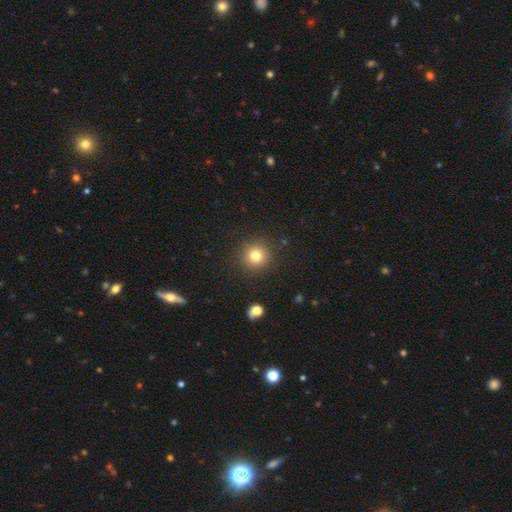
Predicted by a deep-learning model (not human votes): A smooth galaxy with no disk features (78%) that is round (94%).

Vote fractions:
- Smooth or featured? smooth: 78% / star or artifact: 14% / featured or disk: 8%
- How rounded? round: 94% / in between: 5% / cigar-shaped: 1%
- Merging? none: 90% / minor disturbance: 6% / major disturbance: 2% / merger: 2%